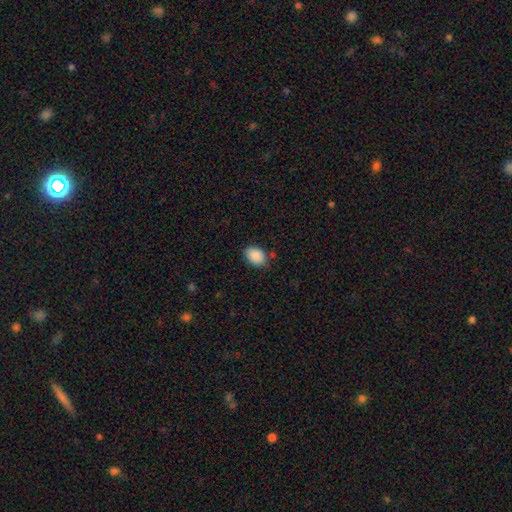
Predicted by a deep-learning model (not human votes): smooth 88%, star or artifact 7%, featured or disk 4%. Down the decision tree: how rounded — in between (76%); merging — none (80%).